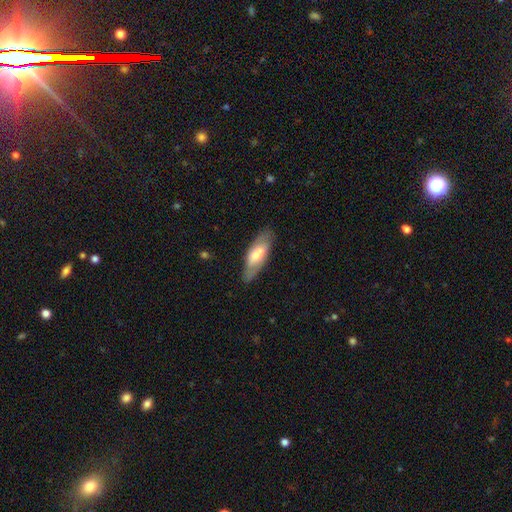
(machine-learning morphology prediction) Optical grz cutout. It shows a smooth galaxy with no disk features (51%) that is in between round and cigar-shaped (68%). Merging: none (69%).